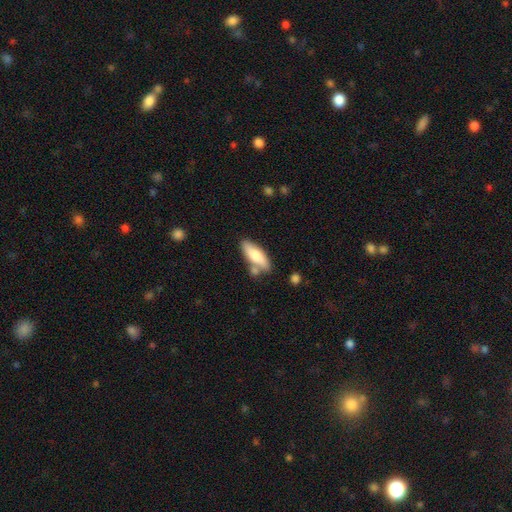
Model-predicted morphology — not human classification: Overall: smooth (73%). How rounded: in between (60%; cigar-shaped 37%). Merging: none (68%).